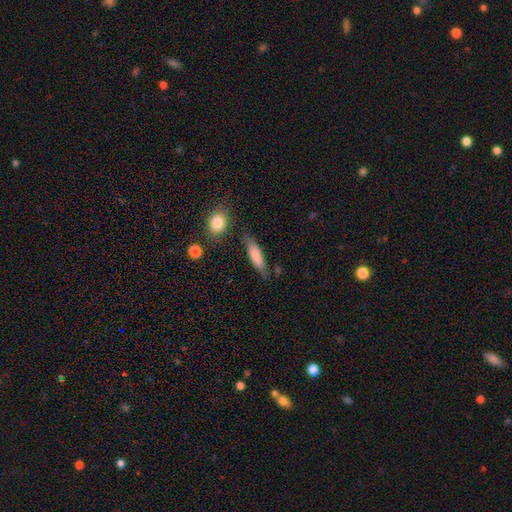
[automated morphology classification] A smooth galaxy with no disk features (79%) that is cigar-shaped (68%). Merging: none (75%).